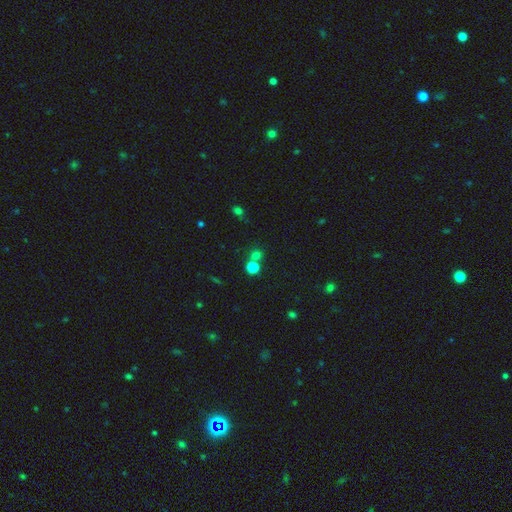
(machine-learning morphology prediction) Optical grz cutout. It shows a smooth galaxy with no disk features (68%) that is round (86%). Merging: none (61%).